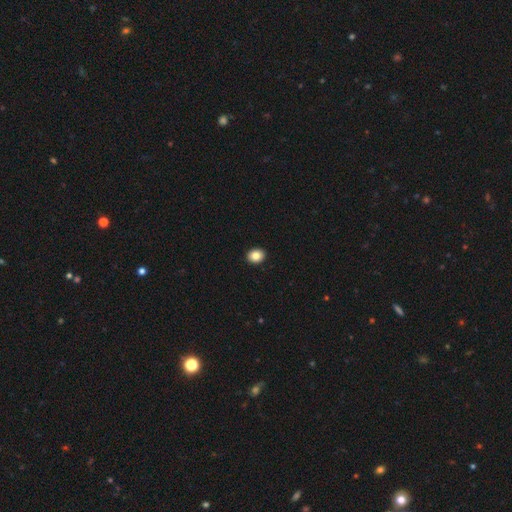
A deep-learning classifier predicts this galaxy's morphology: smooth 85%, star or artifact 9%, featured or disk 6%. Down the decision tree: how rounded — round (54%); merging — none (93%).